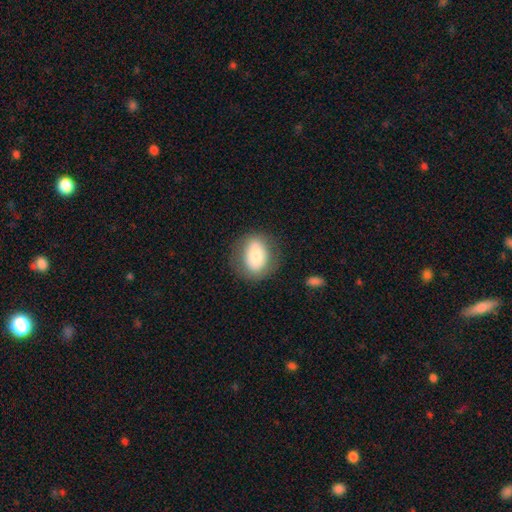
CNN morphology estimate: This appears to be a smooth galaxy with no disk features (72%) that is in between round and cigar-shaped (63%). Merging: none (79%).